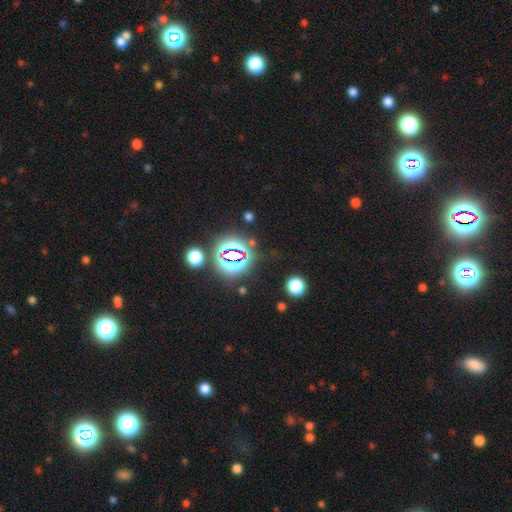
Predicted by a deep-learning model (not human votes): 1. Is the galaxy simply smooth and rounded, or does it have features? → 81% star or artifact, 12% smooth, 7% featured or disk.